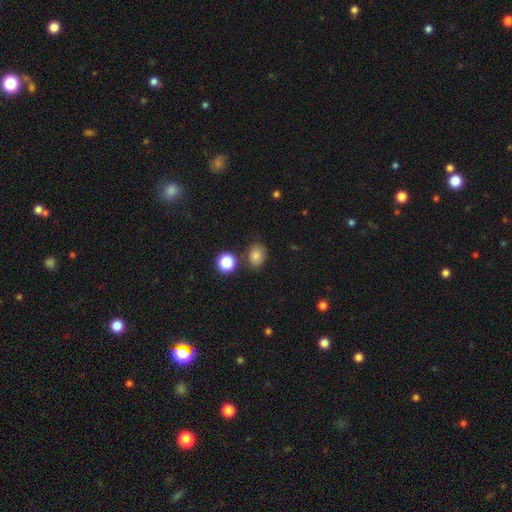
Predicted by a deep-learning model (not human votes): smooth 79%, star or artifact 13%, featured or disk 8%. Down the decision tree: how rounded — in between (54%); merging — none (77%).